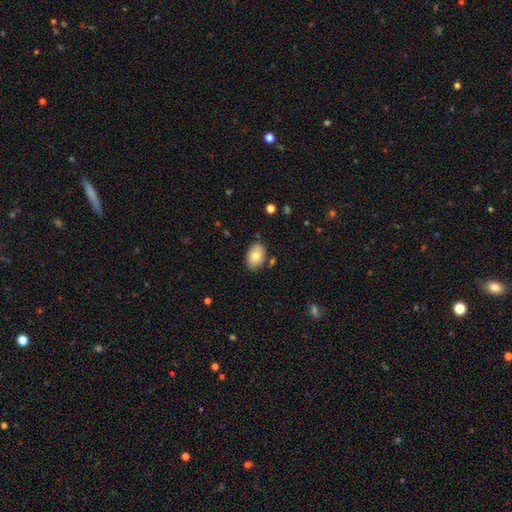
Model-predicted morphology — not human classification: Smooth or featured?
  - smooth: 80% *
  - featured or disk: 13%
  - star or artifact: 7%
How rounded?
  - in between: 85% *
  - round: 14%
  - cigar-shaped: 1%
Merging?
  - none: 81% *
  - minor disturbance: 13%
  - merger: 3%
  - major disturbance: 3%